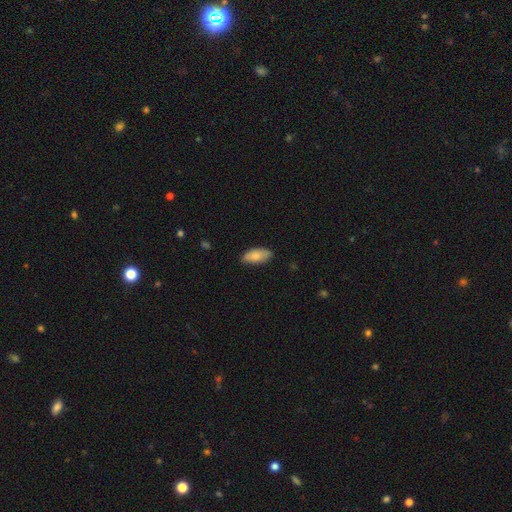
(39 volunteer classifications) This appears to be a smooth galaxy with no disk features (87%) that is in between round and cigar-shaped (88%). Merging: none (78%).